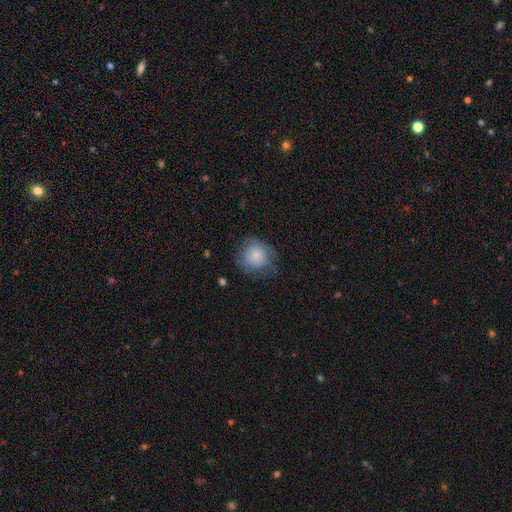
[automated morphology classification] smooth_or_featured: smooth (p=0.75) [alt: featured or disk p=0.17]
how_rounded: round (p=0.83) [alt: in between p=0.16]
merging: none (p=0.58) [alt: minor disturbance p=0.27]